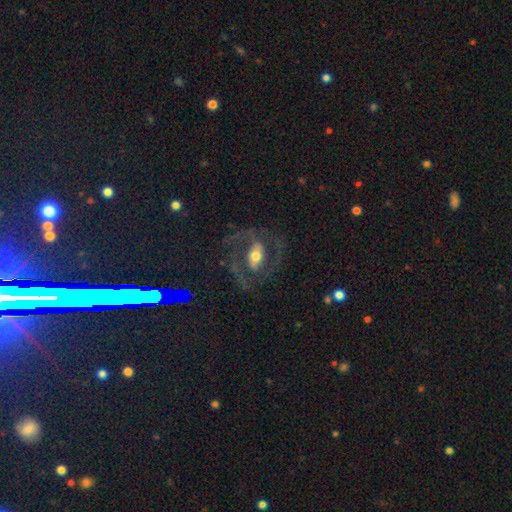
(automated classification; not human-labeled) This is clearly a featured or disk galaxy (81%). It is clearly not viewed edge-on (95%). Bar: marginally strong (42%). Spiral arm pattern: clearly yes (88%). Spiral arm count: clearly 2 (86%). Spiral winding: possibly medium (57%). Central bulge: likely moderate (62%). Merging: likely none (70%).